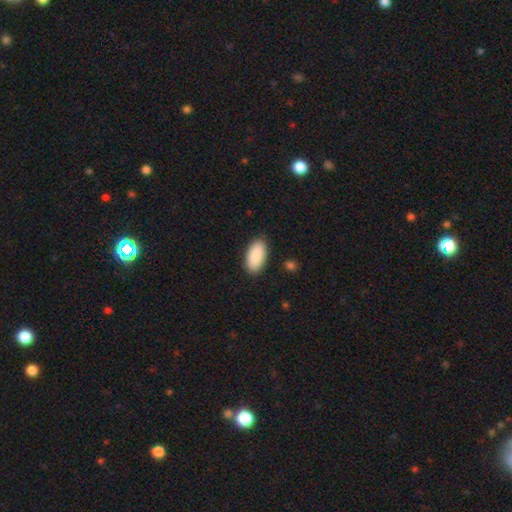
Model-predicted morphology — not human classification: smooth 90%, star or artifact 6%, featured or disk 4%. Down the decision tree: how rounded — in between (94%); merging — none (88%).